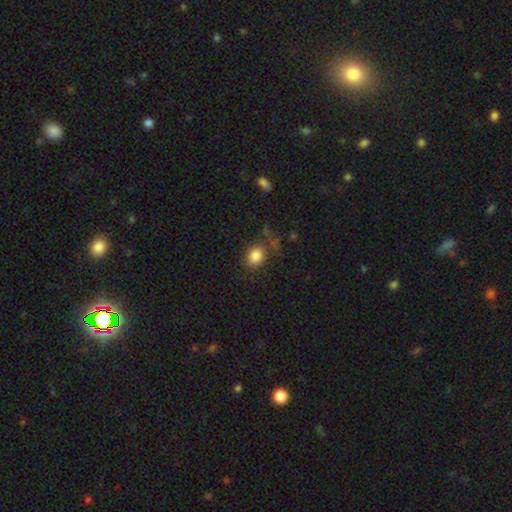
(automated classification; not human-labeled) A smooth galaxy with no disk features (84%) that is round (55%). Merging: none (70%).